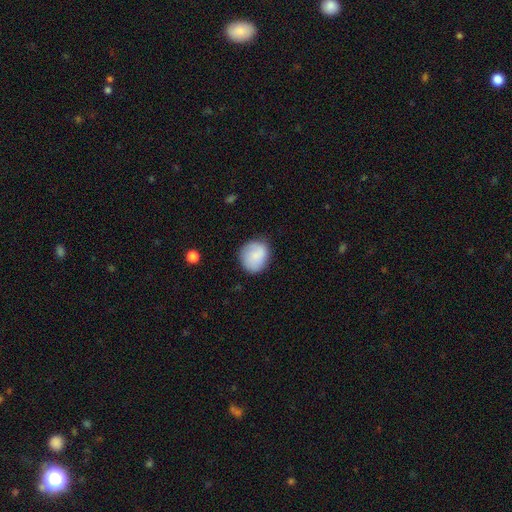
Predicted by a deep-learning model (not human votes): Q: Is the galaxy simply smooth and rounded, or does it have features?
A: smooth — 77%.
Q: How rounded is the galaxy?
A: round — 76%.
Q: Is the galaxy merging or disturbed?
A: none — 76%.